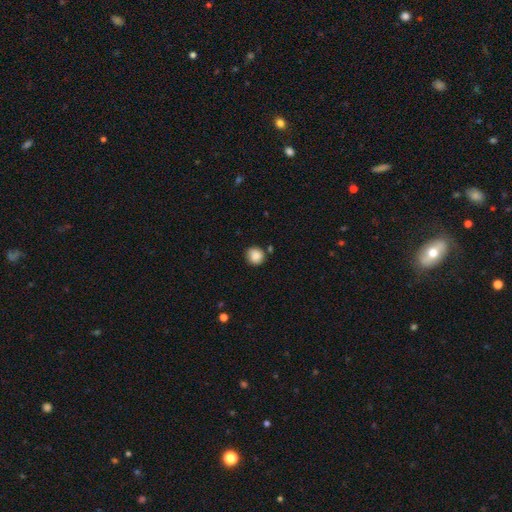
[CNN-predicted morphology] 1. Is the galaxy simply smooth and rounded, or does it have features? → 86% smooth, 9% star or artifact, 5% featured or disk.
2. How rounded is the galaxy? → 88% round, 11% in between, 1% cigar-shaped.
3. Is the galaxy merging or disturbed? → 79% none, 14% minor disturbance, 4% merger, 3% major disturbance.